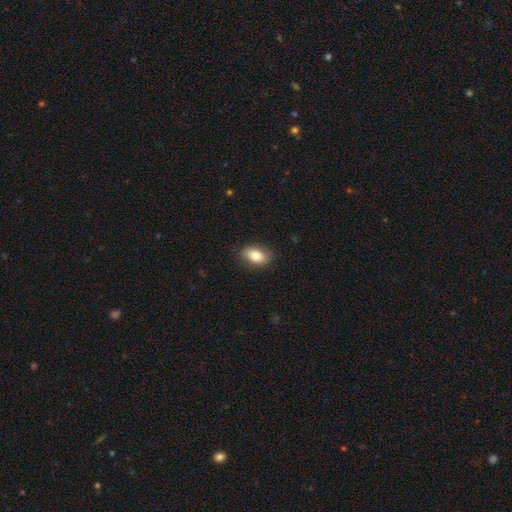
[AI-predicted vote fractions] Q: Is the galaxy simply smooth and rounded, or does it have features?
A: smooth — 79%.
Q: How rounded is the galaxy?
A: in between — 86%.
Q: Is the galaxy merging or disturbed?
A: none — 84%.